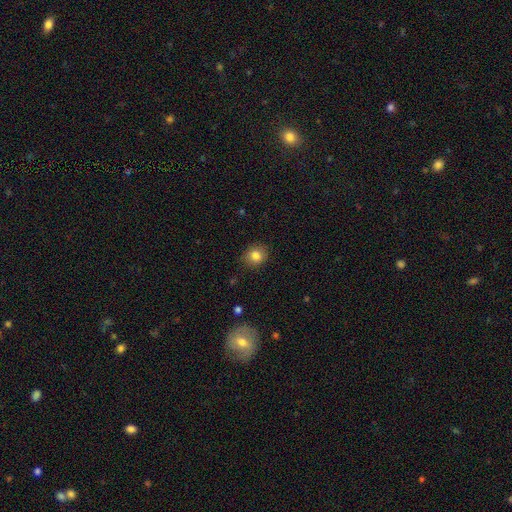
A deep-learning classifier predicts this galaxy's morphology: Smooth or featured?
  - smooth: 82% *
  - star or artifact: 11%
  - featured or disk: 7%
How rounded?
  - round: 79% *
  - in between: 20%
  - cigar-shaped: 1%
Merging?
  - none: 86% *
  - minor disturbance: 11%
  - major disturbance: 2%
  - merger: 1%